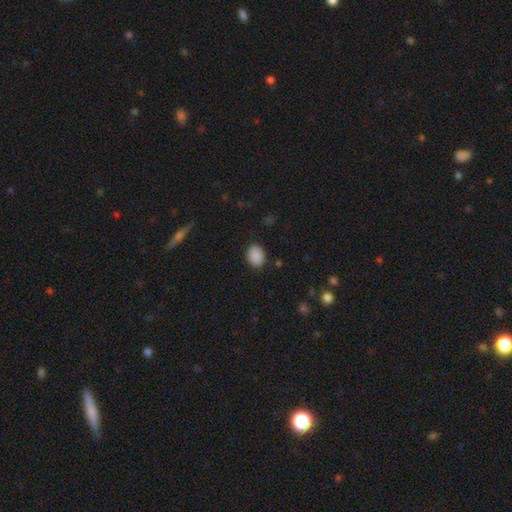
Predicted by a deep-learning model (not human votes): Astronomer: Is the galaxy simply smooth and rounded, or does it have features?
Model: smooth — 89%.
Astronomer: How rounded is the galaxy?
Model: in between — 61% (runner-up: round, 38%).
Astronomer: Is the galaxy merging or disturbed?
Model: none — 87%.